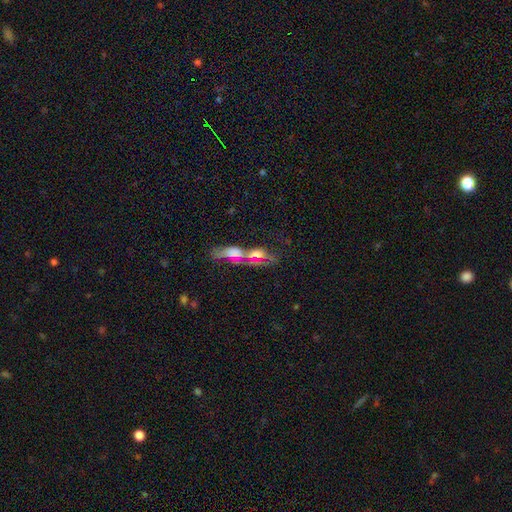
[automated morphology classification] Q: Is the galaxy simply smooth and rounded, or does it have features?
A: smooth — 44%.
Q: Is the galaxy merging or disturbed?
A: merger — 42%.